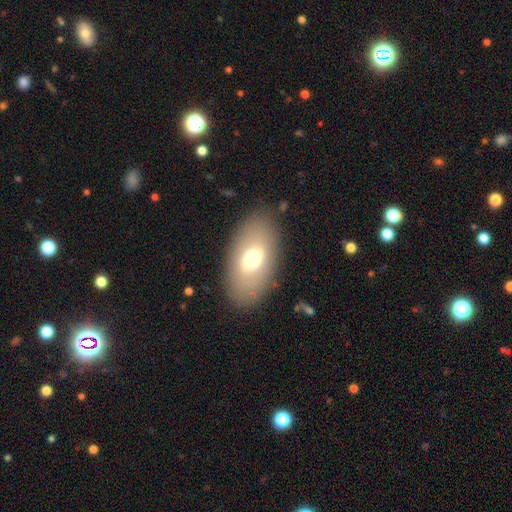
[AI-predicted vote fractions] The model was most divided on "smooth or featured": smooth: 64%, featured or disk: 27%, star or artifact: 9%. More confident: how rounded — in between (92%); merging — none (86%).